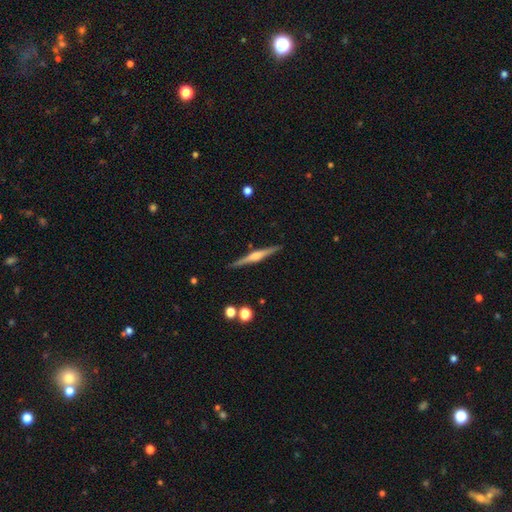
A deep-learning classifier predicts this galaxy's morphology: type=featured or disk (78%); edge-on=yes (98%); edge-on bulge=rounded (82%); merging=none (91%).